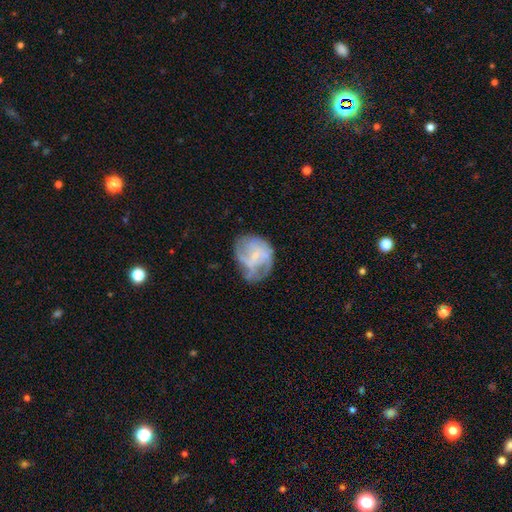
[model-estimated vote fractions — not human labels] featured or disk 67%, smooth 25%, star or artifact 8%. Down the decision tree: edge-on disk — no (98%); bar — no (51%); spiral arms — yes (77%); spiral arm count — can't tell (37%); spiral winding — medium (43%); bulge size — small (65%); merging — none (45%).